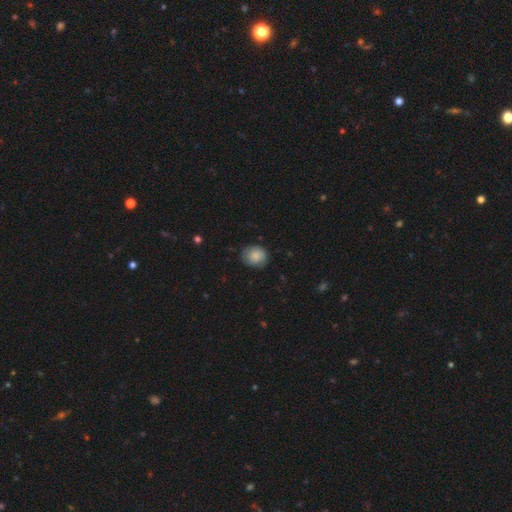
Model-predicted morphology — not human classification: Smooth or featured? smooth (83%)
How rounded? round (70%)
Merging? none (78%)